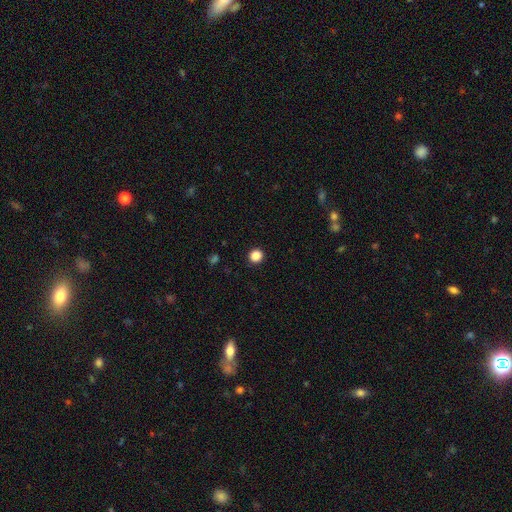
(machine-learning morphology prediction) Overall: smooth (87%). How rounded: round (90%). Merging: none (92%).